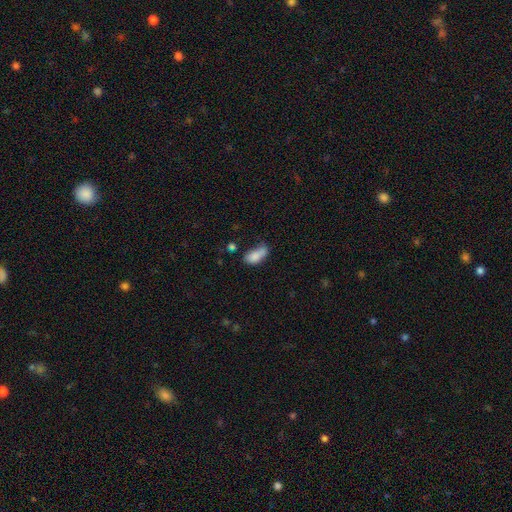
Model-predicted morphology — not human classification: smooth_or_featured: smooth (p=0.80) [alt: featured or disk p=0.10]
how_rounded: in between (p=0.86) [alt: cigar-shaped p=0.09]
merging: none (p=0.35) [alt: minor disturbance p=0.32]